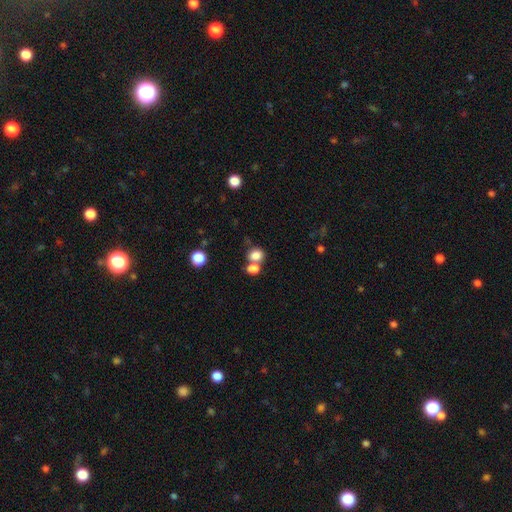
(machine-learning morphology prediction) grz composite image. It shows a smooth galaxy with no disk features (81%) that is round (61%). Merging: merger (45%).